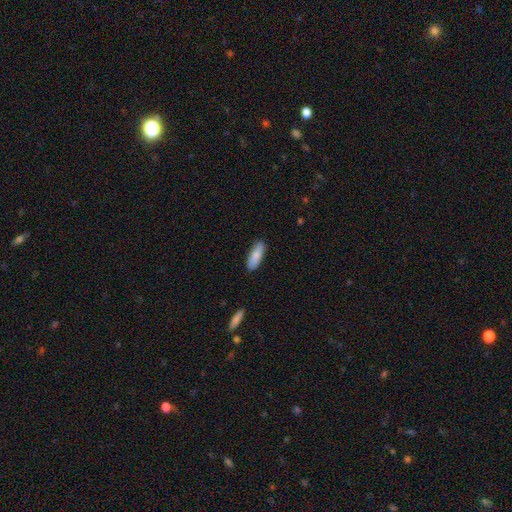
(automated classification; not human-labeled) A smooth galaxy with no disk features (83%) that is in between round and cigar-shaped (61%).

Vote fractions:
- Smooth or featured? smooth: 83% / featured or disk: 11% / star or artifact: 6%
- How rounded? in between: 61% / cigar-shaped: 37% / round: 2%
- Merging? none: 87% / minor disturbance: 10% / major disturbance: 2% / merger: 1%